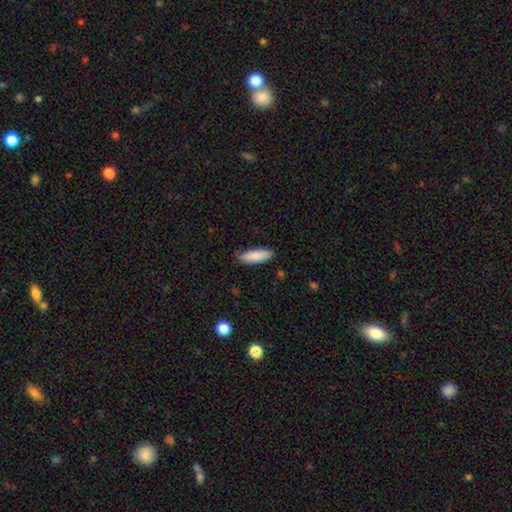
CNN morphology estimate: Q: Smooth or featured?
A: smooth (87%); runner-up: featured or disk (7%)
Q: How rounded?
A: in between (50%); runner-up: cigar-shaped (49%)
Q: Merging?
A: none (86%); runner-up: minor disturbance (11%)